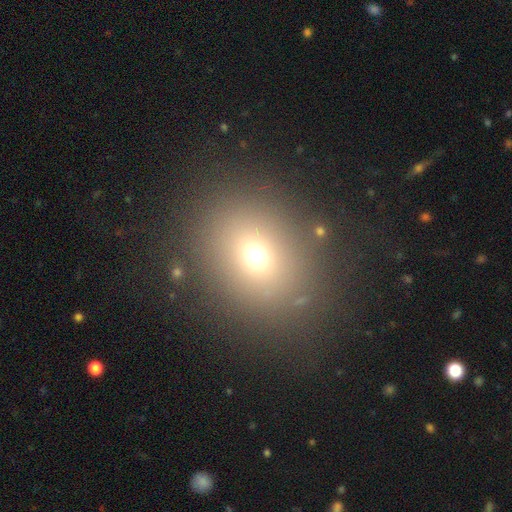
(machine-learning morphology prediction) type=smooth (68%); roundness=round (61%); merging=none (85%).